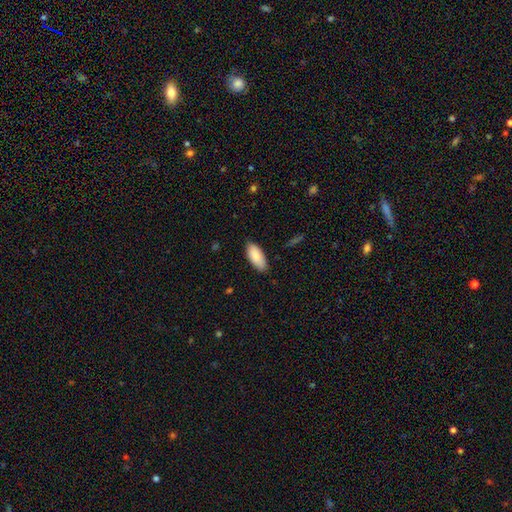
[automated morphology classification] Q: Smooth or featured?
A: smooth (86%); runner-up: featured or disk (9%)
Q: How rounded?
A: in between (88%); runner-up: cigar-shaped (11%)
Q: Merging?
A: none (85%); runner-up: minor disturbance (12%)